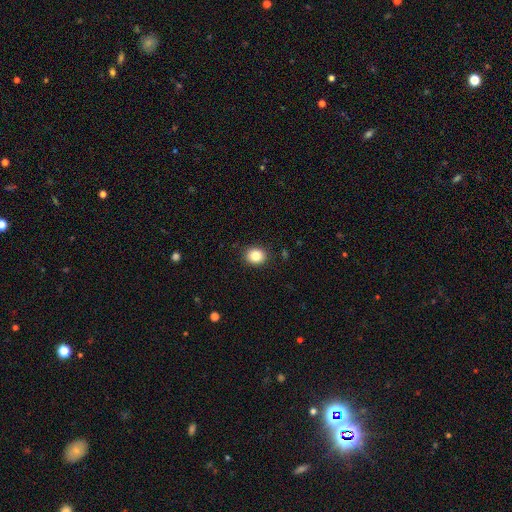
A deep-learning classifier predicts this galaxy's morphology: A smooth galaxy with no disk features (84%) that is round (68%).

Vote fractions:
- Smooth or featured? smooth: 84% / star or artifact: 10% / featured or disk: 6%
- How rounded? round: 68% / in between: 32% / cigar-shaped: 1%
- Merging? none: 90% / minor disturbance: 7% / major disturbance: 2% / merger: 1%